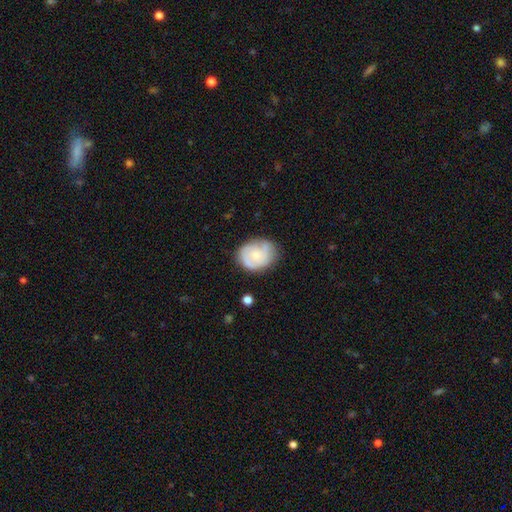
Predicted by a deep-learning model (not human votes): smooth_or_featured: featured or disk (p=0.49) [alt: smooth p=0.44]
merging: none (p=0.65) [alt: minor disturbance p=0.24]